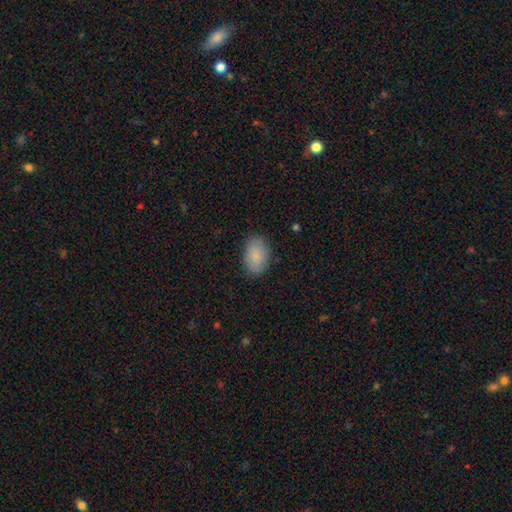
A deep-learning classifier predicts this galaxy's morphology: Smooth or featured: smooth — 85% (featured or disk — 8%)
How rounded: in between — 90% (round — 9%)
Merging: none — 85% (minor disturbance — 11%)